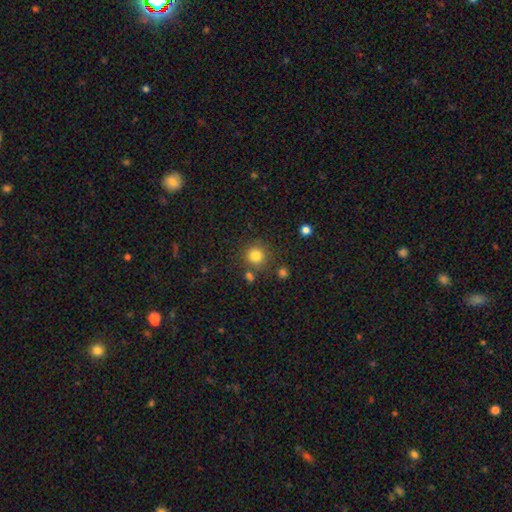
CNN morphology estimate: Q: Smooth or featured?
A: smooth (81%); runner-up: star or artifact (13%)
Q: How rounded?
A: round (92%); runner-up: in between (7%)
Q: Merging?
A: none (79%); runner-up: minor disturbance (10%)